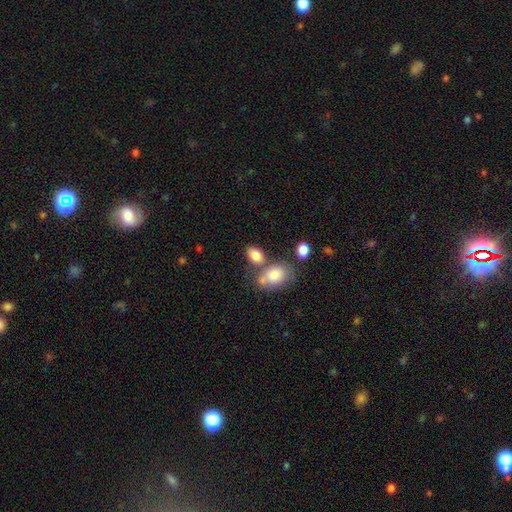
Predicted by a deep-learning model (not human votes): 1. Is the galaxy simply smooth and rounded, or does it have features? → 82% smooth, 9% featured or disk, 9% star or artifact.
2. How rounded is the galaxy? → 83% in between, 15% round, 2% cigar-shaped.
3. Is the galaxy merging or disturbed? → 52% none, 28% merger, 14% minor disturbance, 6% major disturbance.